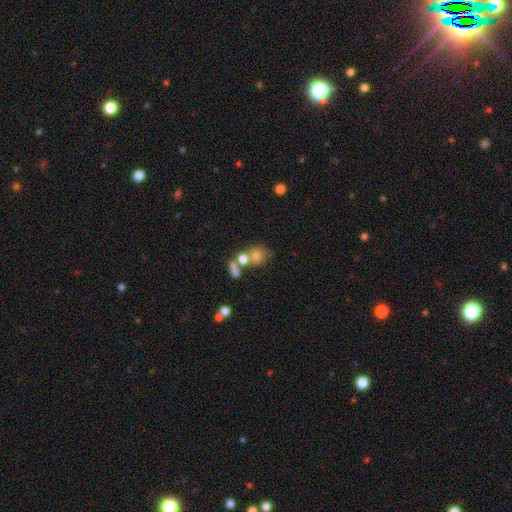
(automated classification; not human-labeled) The model was most divided on "merging": none: 43%, merger: 40%, minor disturbance: 11%, major disturbance: 7%. More confident: smooth or featured — smooth (71%); how rounded — round (69%).